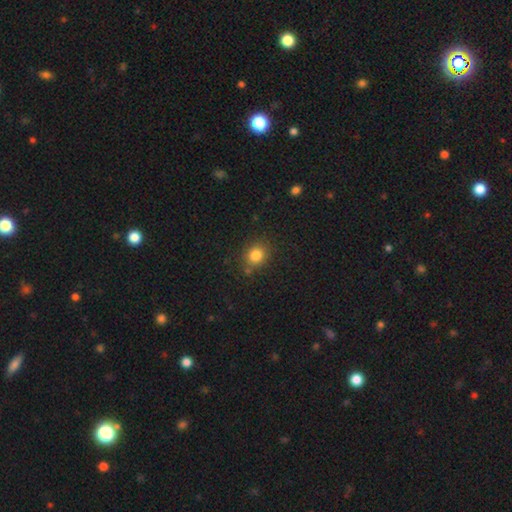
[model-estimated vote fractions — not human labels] smooth-or-featured: smooth: 82% | star or artifact: 12% | featured or disk: 6%
  how-rounded: round: 75% | in between: 25% | cigar-shaped: 1%
  merging: none: 81% | minor disturbance: 11% | merger: 5% | major disturbance: 3%